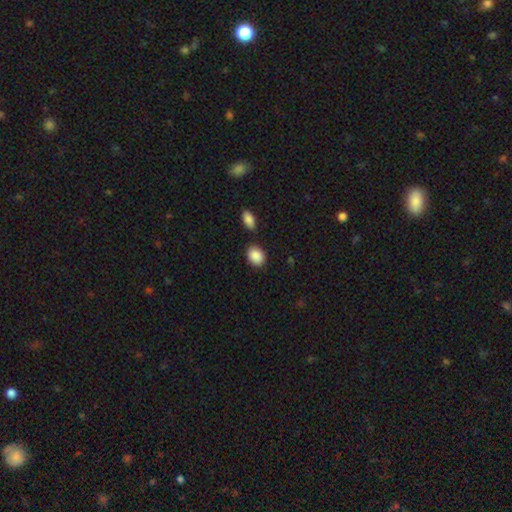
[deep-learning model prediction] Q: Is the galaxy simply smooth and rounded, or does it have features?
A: smooth — 89%.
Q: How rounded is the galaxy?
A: in between — 68%.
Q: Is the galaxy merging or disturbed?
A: none — 80%.